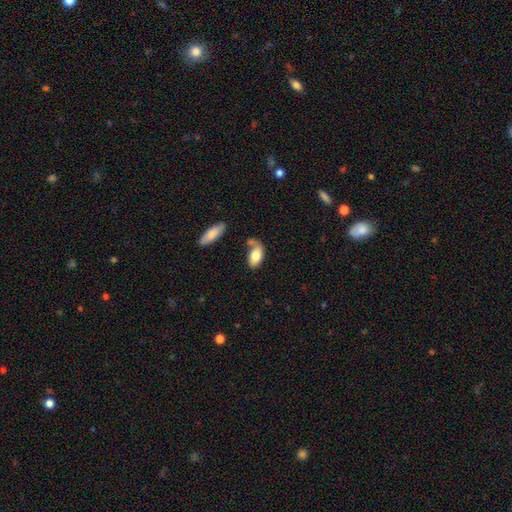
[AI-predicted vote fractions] smooth-or-featured: smooth: 76% | featured or disk: 18% | star or artifact: 6%
  how-rounded: in between: 92% | round: 5% | cigar-shaped: 3%
  merging: none: 41% | minor disturbance: 22% | merger: 22% | major disturbance: 14%